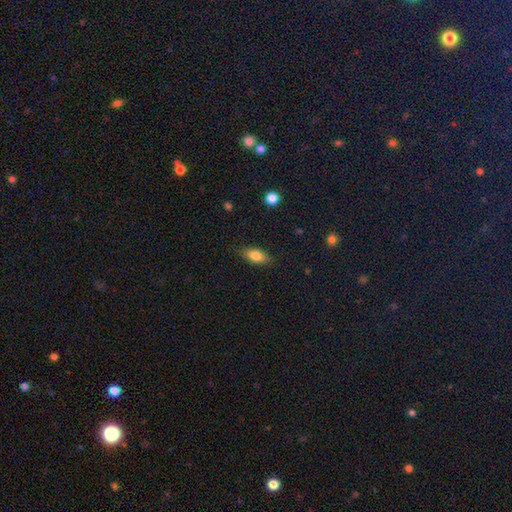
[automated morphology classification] A smooth galaxy with no disk features (81%) that is in between round and cigar-shaped (85%). Merging: none (84%).